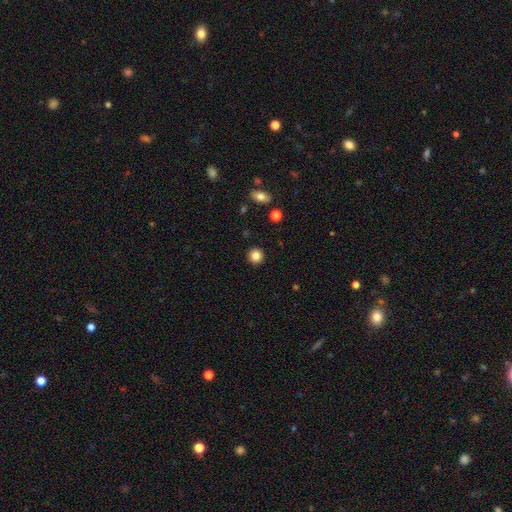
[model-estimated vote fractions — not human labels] Smooth or featured: smooth — 85% (star or artifact — 10%)
How rounded: round — 92% (in between — 7%)
Merging: none — 92% (minor disturbance — 5%)